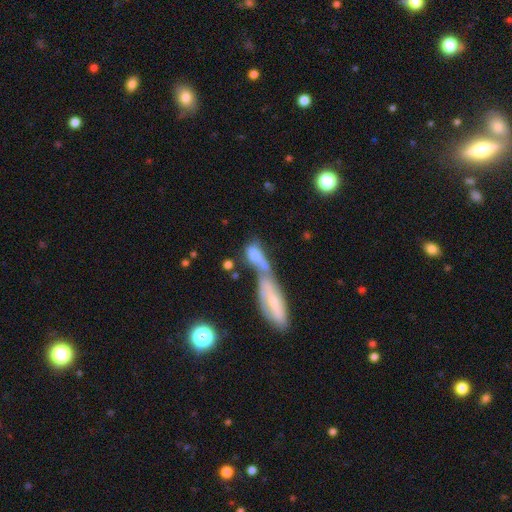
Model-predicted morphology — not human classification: Q: Smooth or featured?
A: smooth (57%); runner-up: featured or disk (33%)
Q: How rounded?
A: in between (59%); runner-up: cigar-shaped (33%)
Q: Merging?
A: merger (74%); runner-up: none (11%)